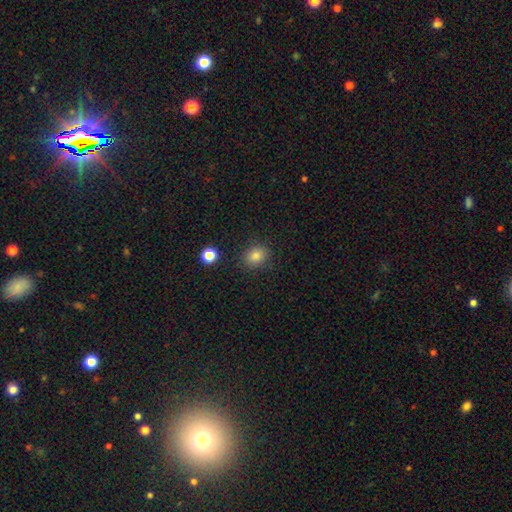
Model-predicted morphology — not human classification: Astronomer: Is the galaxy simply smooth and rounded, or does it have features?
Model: smooth — 83%.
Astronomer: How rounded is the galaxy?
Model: round — 59% (runner-up: in between, 40%).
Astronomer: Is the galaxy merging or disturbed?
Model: none — 87%.